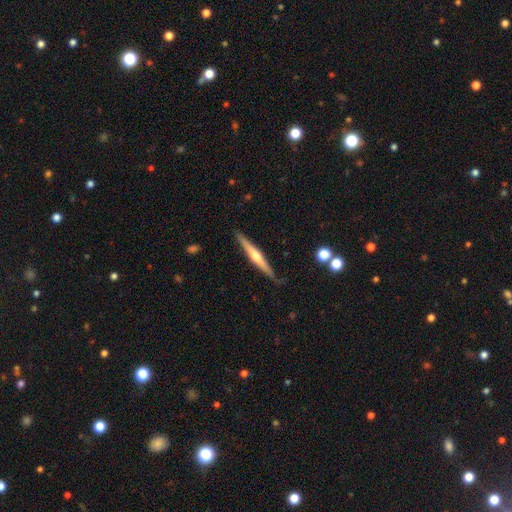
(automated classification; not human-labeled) Smooth or featured? Predicted: featured or disk (p=0.68). Edge-on disk? Predicted: yes (p=0.97). Edge-on bulge? Predicted: rounded (p=0.84). Merging? Predicted: none (p=0.86).